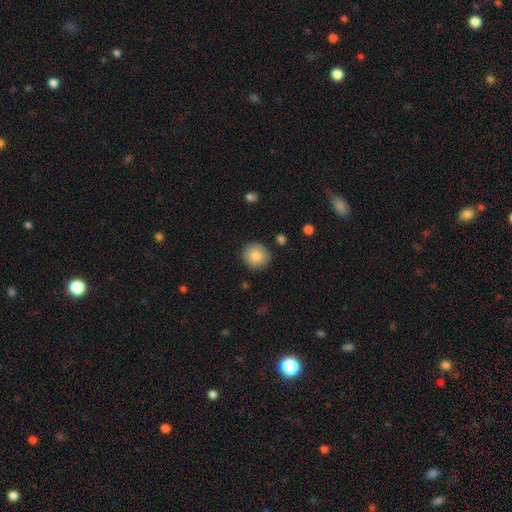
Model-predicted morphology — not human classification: smooth_or_featured: smooth (p=0.85) [alt: star or artifact p=0.08]
how_rounded: round (p=0.91) [alt: in between p=0.08]
merging: none (p=0.88) [alt: minor disturbance p=0.08]